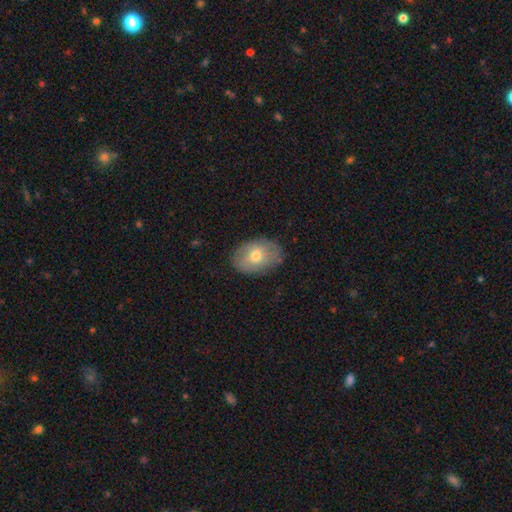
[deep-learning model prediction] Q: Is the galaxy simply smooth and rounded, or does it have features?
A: smooth — 59%.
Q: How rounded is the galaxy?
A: in between — 81%.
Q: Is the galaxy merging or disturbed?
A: none — 82%.